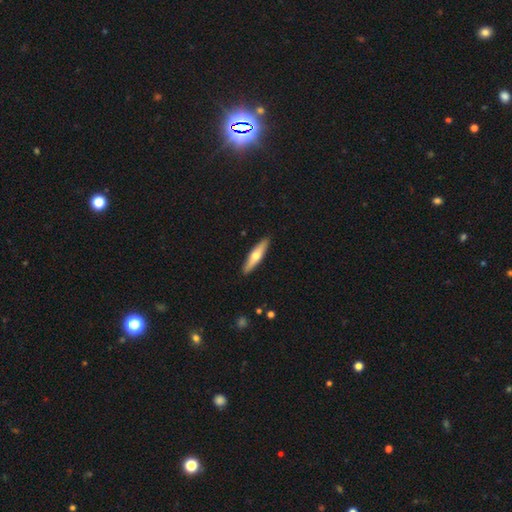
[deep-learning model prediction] smooth 48%, featured or disk 47%, star or artifact 5%. Down the decision tree: merging — none (91%).